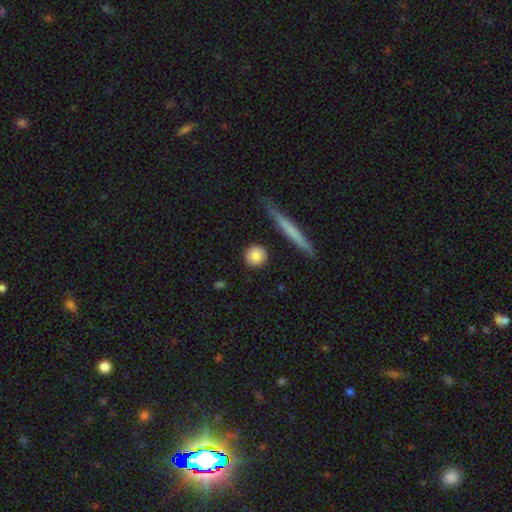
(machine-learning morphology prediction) Smooth or featured: smooth — 84% (featured or disk — 9%)
How rounded: round — 90% (in between — 7%)
Merging: none — 87% (minor disturbance — 8%)